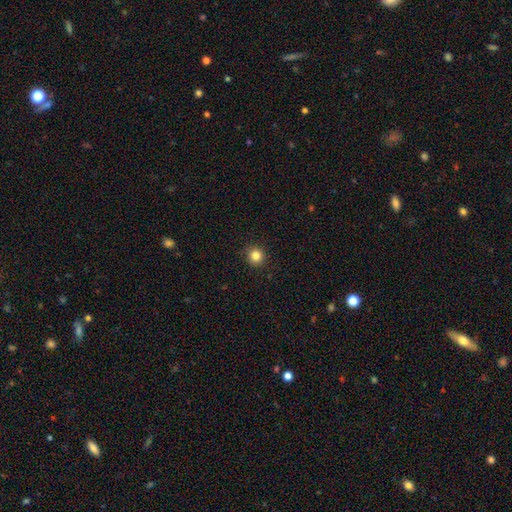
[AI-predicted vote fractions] This appears to be a smooth galaxy with no disk features (84%) that is round (94%). Merging: none (91%).